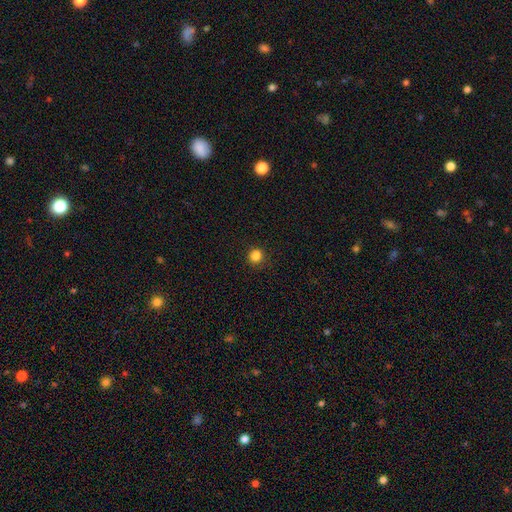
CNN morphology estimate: Smooth or featured? Predicted: smooth (p=0.84). How rounded? Predicted: round (p=0.90). Merging? Predicted: none (p=0.89).